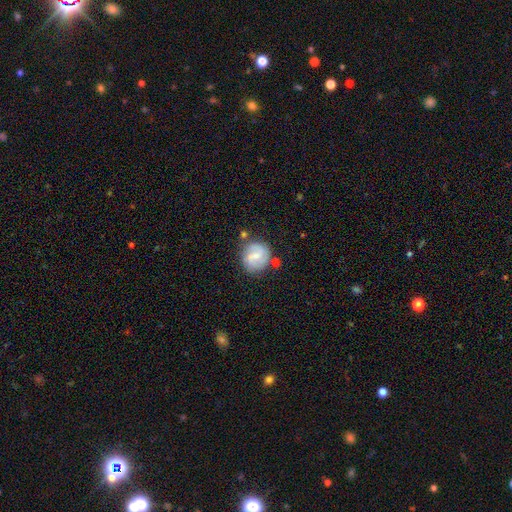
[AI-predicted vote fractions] Overall: featured or disk (53%; smooth 40%). Edge-on disk: no (98%). Bar: weak (55%; no 30%). Spiral arms: yes (84%). Bulge size: small (53%; moderate 32%). Merging: none (67%).